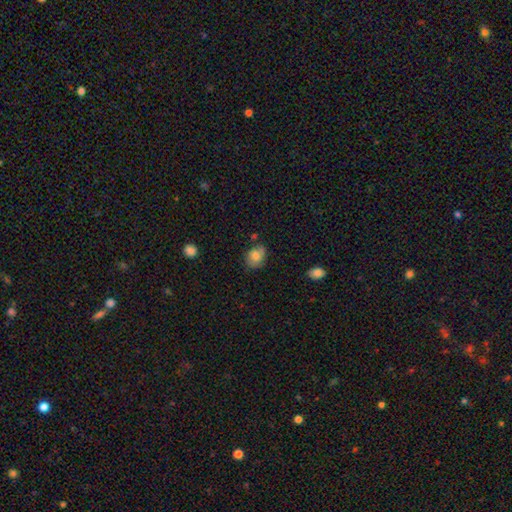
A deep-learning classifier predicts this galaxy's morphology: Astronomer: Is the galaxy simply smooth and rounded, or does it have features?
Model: smooth — 74%.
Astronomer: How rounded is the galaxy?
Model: in between — 58% (runner-up: round, 41%).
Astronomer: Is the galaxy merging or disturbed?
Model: none — 61%.